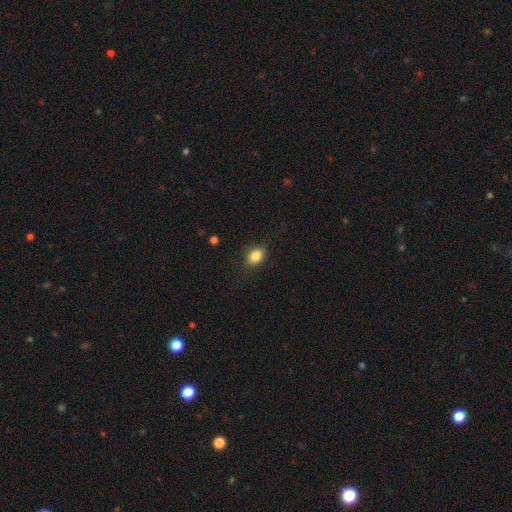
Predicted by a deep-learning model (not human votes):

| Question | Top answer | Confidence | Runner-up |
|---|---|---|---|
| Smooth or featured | smooth | 84% | star or artifact (9%) |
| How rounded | in between | 66% | round (33%) |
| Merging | none | 85% | minor disturbance (11%) |